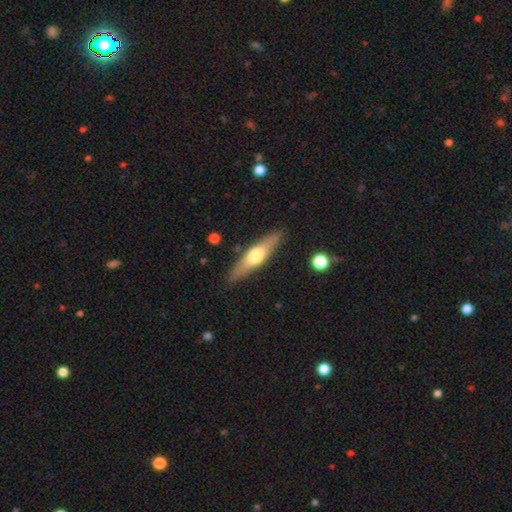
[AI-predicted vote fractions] Overall: featured or disk (50%; smooth 45%). Merging: none (88%).